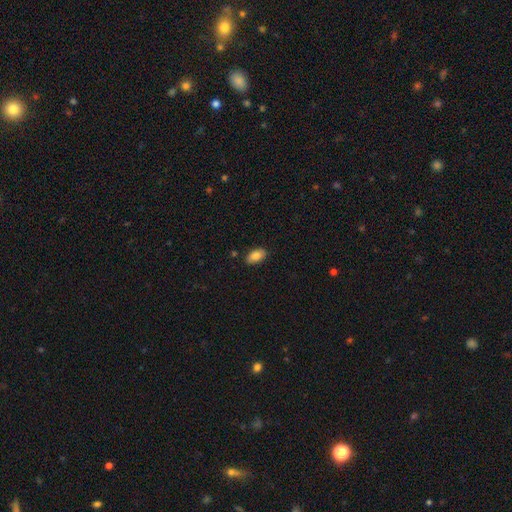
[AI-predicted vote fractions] smooth_or_featured: smooth (p=0.84) [alt: featured or disk p=0.09]
how_rounded: in between (p=0.93) [alt: round p=0.04]
merging: none (p=0.86) [alt: minor disturbance p=0.11]